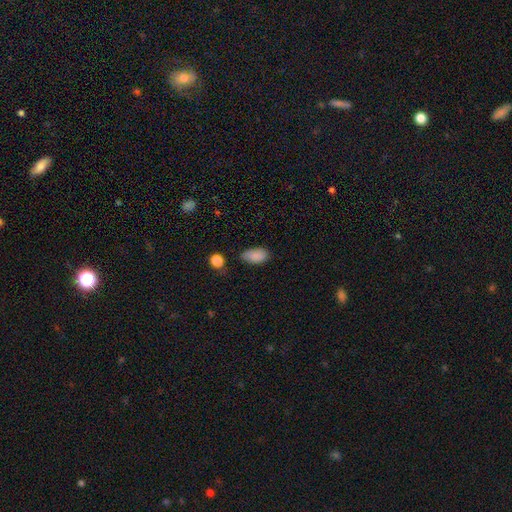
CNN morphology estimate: This appears to be a smooth galaxy with no disk features (87%) that is in between round and cigar-shaped (93%). Merging: none (71%).